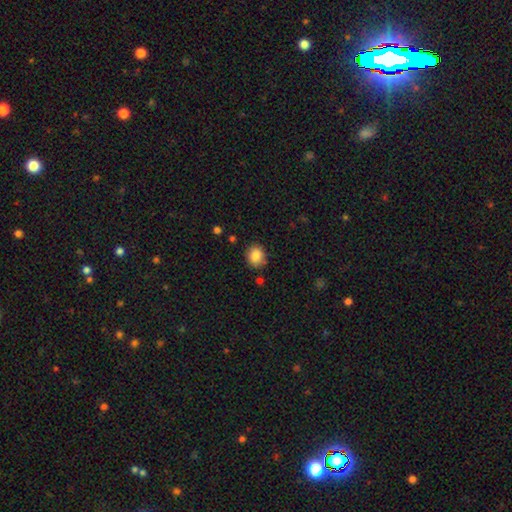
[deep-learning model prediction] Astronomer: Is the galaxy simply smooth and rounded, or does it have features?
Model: smooth — 85%.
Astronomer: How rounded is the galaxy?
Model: round — 76%.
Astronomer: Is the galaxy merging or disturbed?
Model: none — 84%.